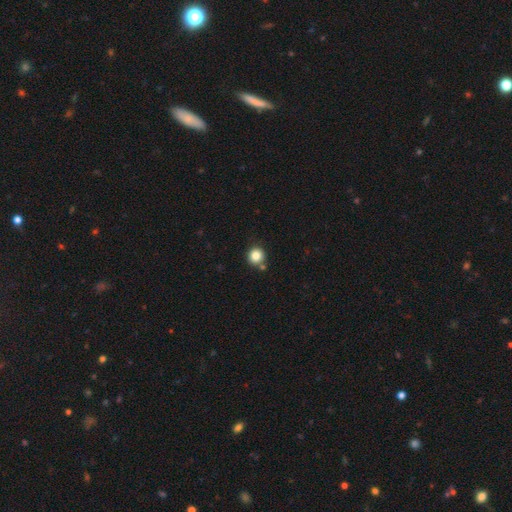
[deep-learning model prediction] This appears to be a smooth galaxy with no disk features (84%) that is round (93%). Merging: none (78%).